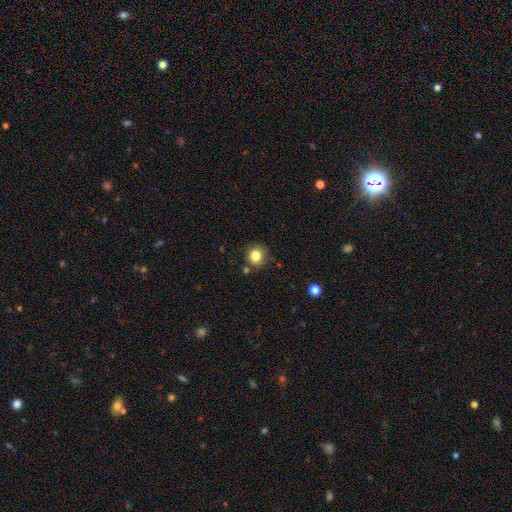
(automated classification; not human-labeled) Smooth or featured: smooth — 82% (star or artifact — 11%)
How rounded: round — 90% (in between — 9%)
Merging: none — 82% (minor disturbance — 10%)